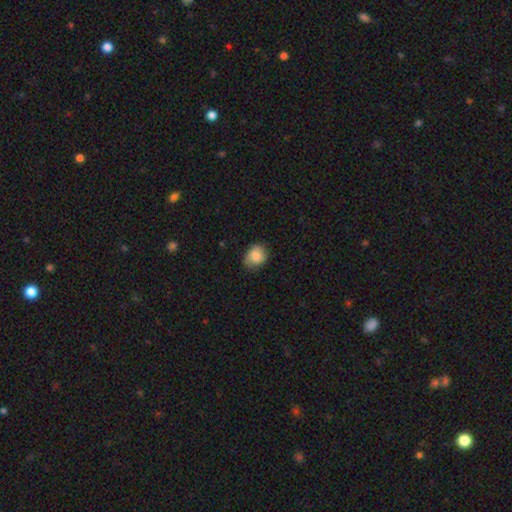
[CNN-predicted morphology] Smooth or featured? smooth (78%)
How rounded? round (54%)
Merging? none (71%)